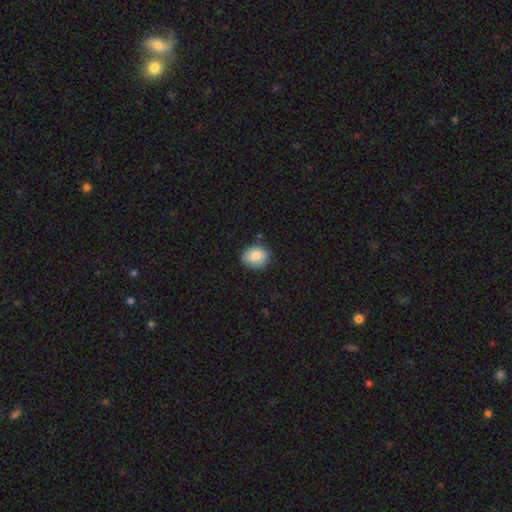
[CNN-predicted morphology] This is clearly a smooth galaxy (84%). How rounded: likely round (65%). Merging: clearly none (81%).